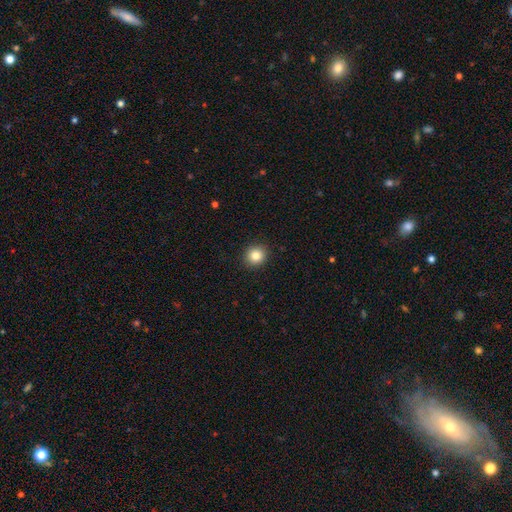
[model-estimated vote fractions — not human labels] Smooth or featured: smooth — 84% (star or artifact — 10%)
How rounded: round — 87% (in between — 12%)
Merging: none — 92% (minor disturbance — 6%)